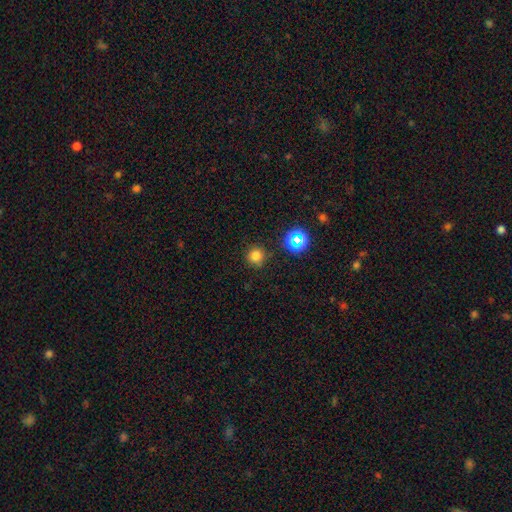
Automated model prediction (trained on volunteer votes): Smooth or featured? smooth (75%)
How rounded? round (94%)
Merging? none (86%)